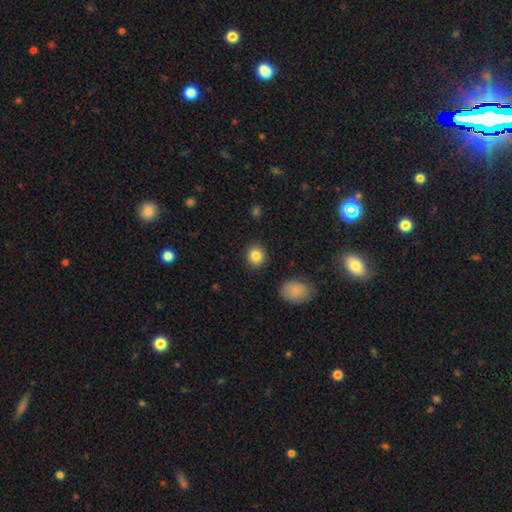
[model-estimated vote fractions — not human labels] smooth_or_featured: smooth (p=0.85) [alt: star or artifact p=0.09]
how_rounded: round (p=0.83) [alt: in between p=0.16]
merging: none (p=0.90) [alt: minor disturbance p=0.06]